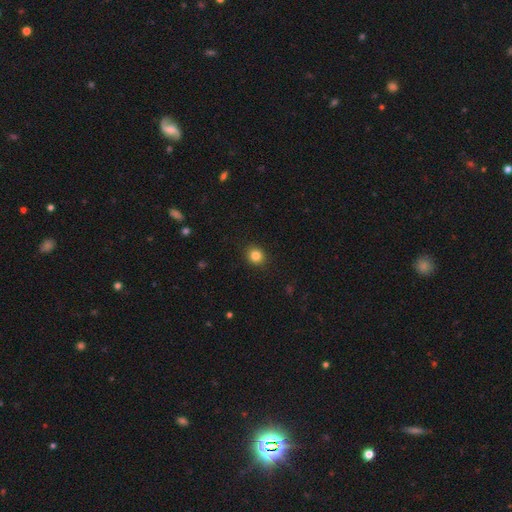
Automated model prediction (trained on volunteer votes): A smooth galaxy with no disk features (84%) that is round (81%). Merging: none (91%).